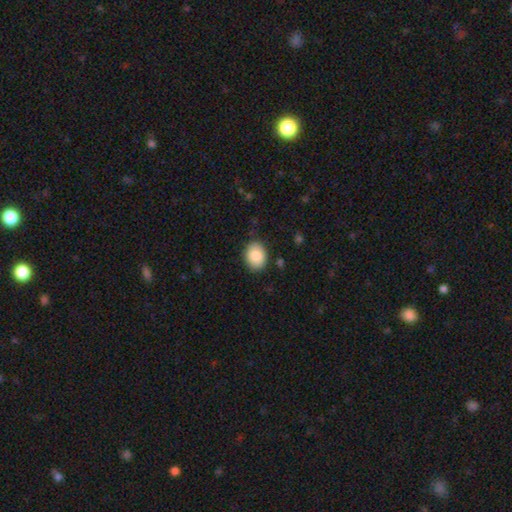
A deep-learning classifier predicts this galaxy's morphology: The model was most divided on "how rounded": in between: 58%, round: 41%, cigar-shaped: 1%. More confident: smooth or featured — smooth (86%); merging — none (84%).